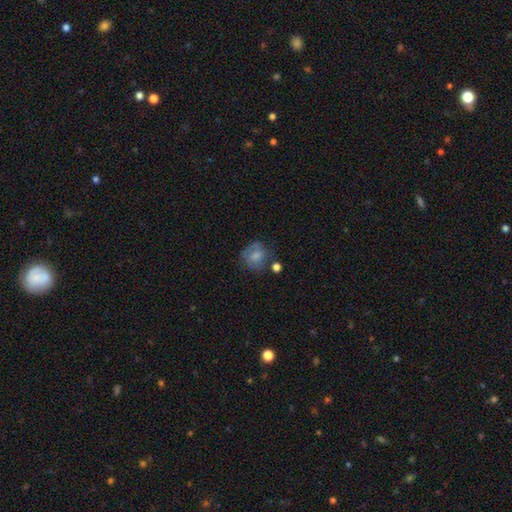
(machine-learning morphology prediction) Overall: smooth (62%; featured or disk 28%). How rounded: round (69%; in between 30%). Merging: none (51%; minor disturbance 25%).